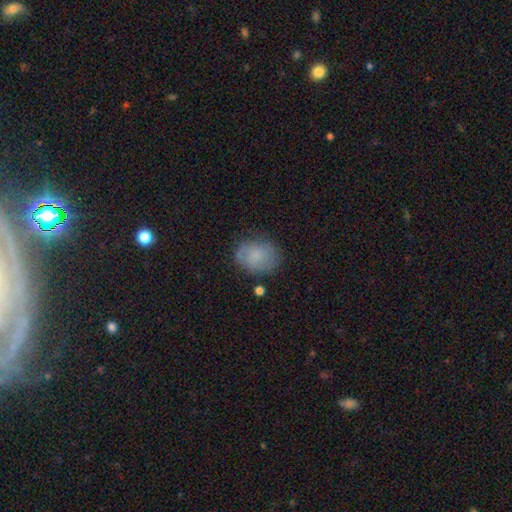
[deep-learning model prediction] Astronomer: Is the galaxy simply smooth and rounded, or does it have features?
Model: smooth — 77%.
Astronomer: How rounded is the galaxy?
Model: in between — 54% (runner-up: round, 45%).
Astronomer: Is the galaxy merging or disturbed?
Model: none — 72%.